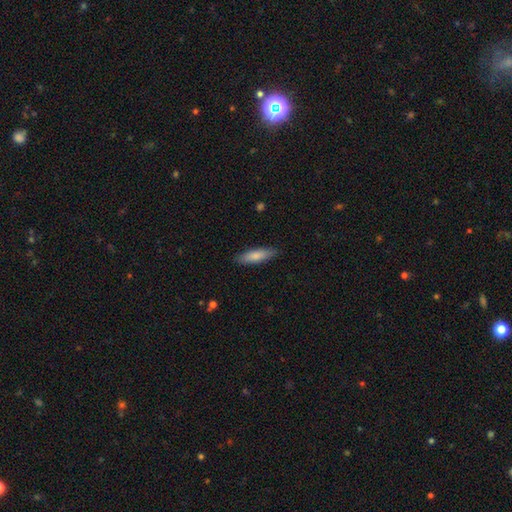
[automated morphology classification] Overall: smooth (80%). How rounded: cigar-shaped (63%; in between 36%). Merging: none (88%).